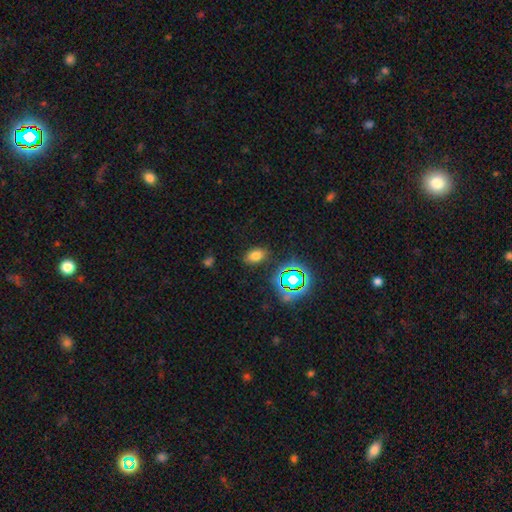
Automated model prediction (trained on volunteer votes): This is likely a smooth galaxy (69%). How rounded: clearly in between (87%). Merging: clearly none (84%).